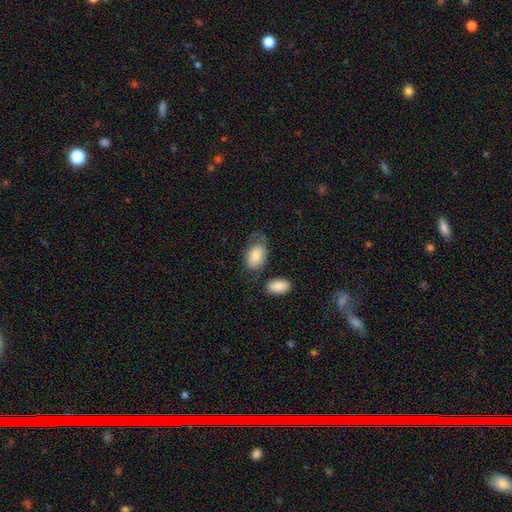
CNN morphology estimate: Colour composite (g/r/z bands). It shows a smooth galaxy with no disk features (81%) that is in between round and cigar-shaped (91%). Merging: none (44%).